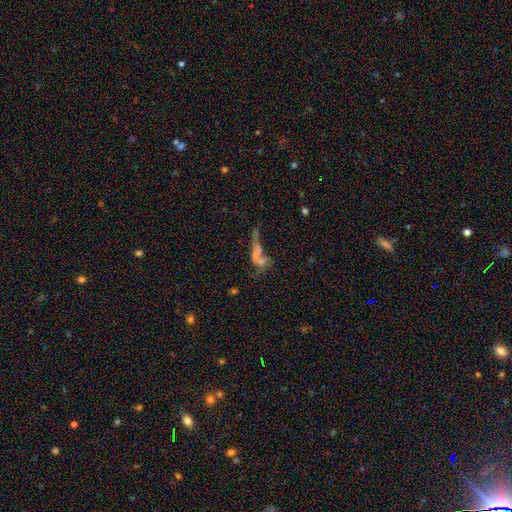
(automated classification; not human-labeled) Q: Smooth or featured?
A: star or artifact (38%); runner-up: smooth (36%)